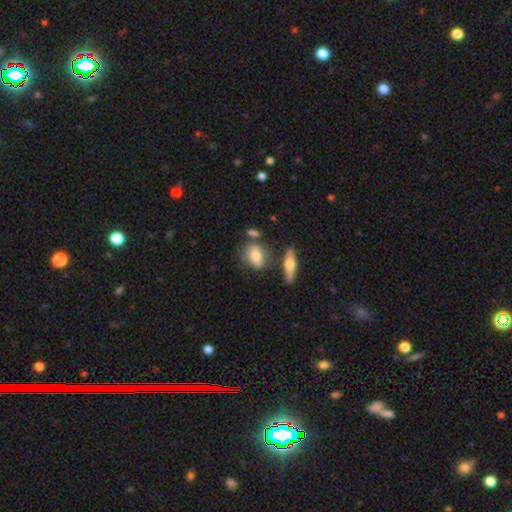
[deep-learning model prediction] Smooth or featured?
  - smooth: 63% *
  - featured or disk: 29%
  - star or artifact: 8%
How rounded?
  - in between: 59% *
  - round: 36%
  - cigar-shaped: 5%
Merging?
  - none: 59% *
  - minor disturbance: 20%
  - merger: 15%
  - major disturbance: 6%